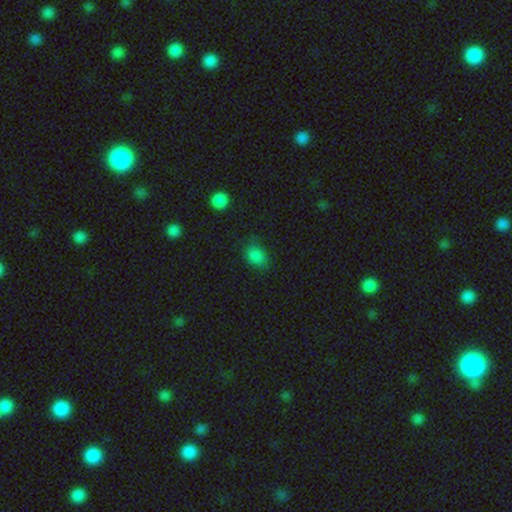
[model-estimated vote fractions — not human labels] Morphology: type=smooth (81%); roundness=in between (63%); merging=none (72%).